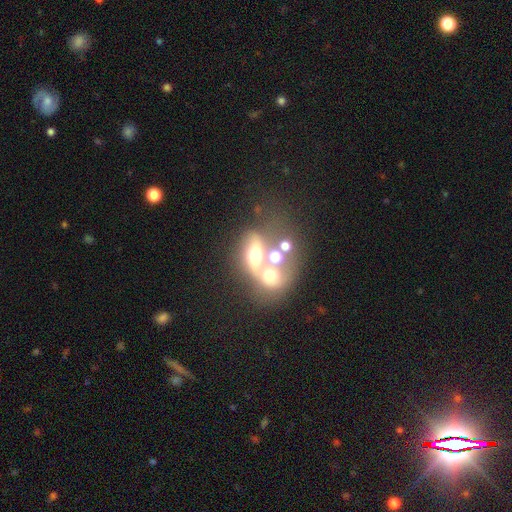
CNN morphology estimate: Smooth or featured?
  - smooth: 48% *
  - featured or disk: 35%
  - star or artifact: 18%
Merging?
  - merger: 59% *
  - none: 22%
  - major disturbance: 11%
  - minor disturbance: 8%